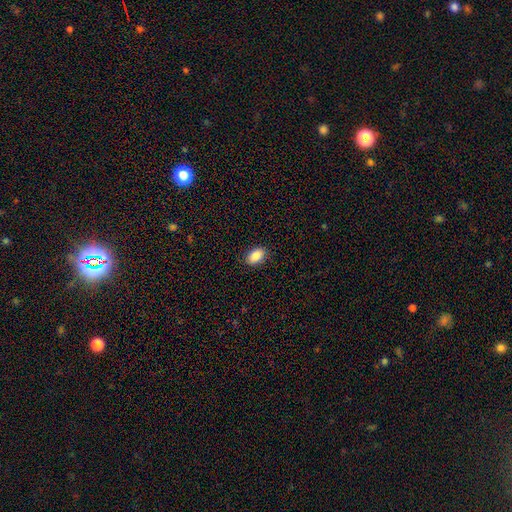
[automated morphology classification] Smooth or featured? smooth (88%)
How rounded? in between (90%)
Merging? none (88%)